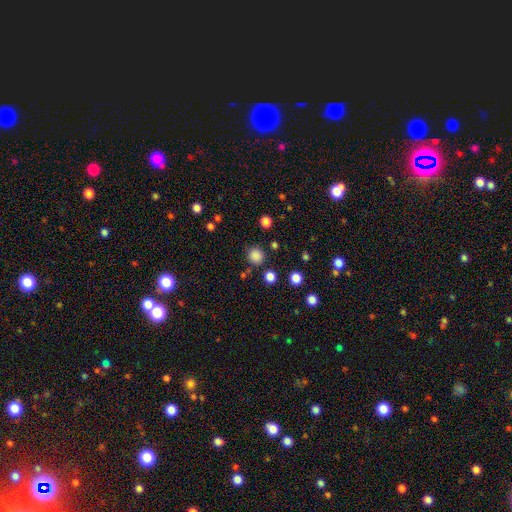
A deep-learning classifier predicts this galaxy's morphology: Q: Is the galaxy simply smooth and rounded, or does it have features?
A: smooth — 83%.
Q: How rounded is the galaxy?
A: round — 91%.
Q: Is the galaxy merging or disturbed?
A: none — 84%.